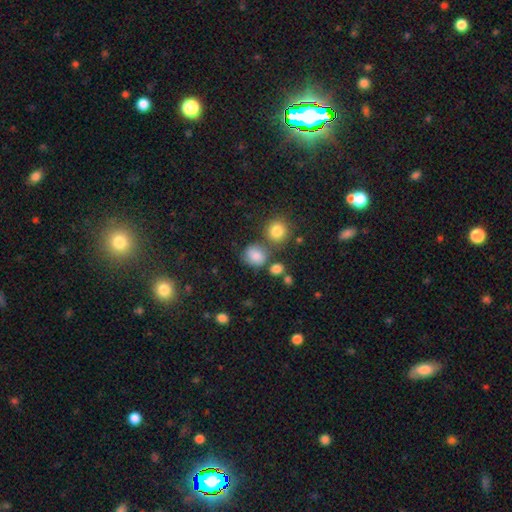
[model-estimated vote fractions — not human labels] Smooth or featured? smooth (79%)
How rounded? round (69%)
Merging? none (62%)